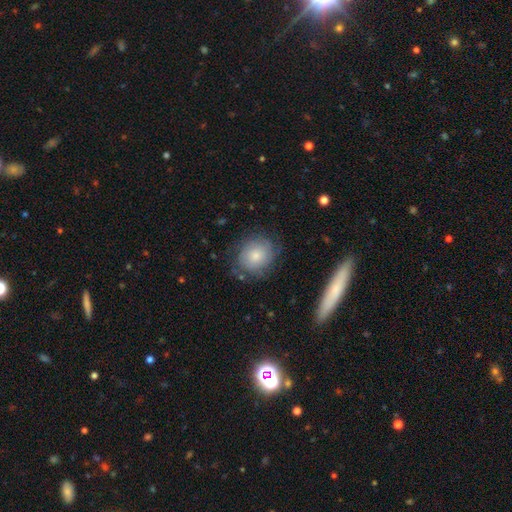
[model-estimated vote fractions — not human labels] smooth 59%, featured or disk 33%, star or artifact 8%. Down the decision tree: how rounded — round (74%); merging — none (72%).